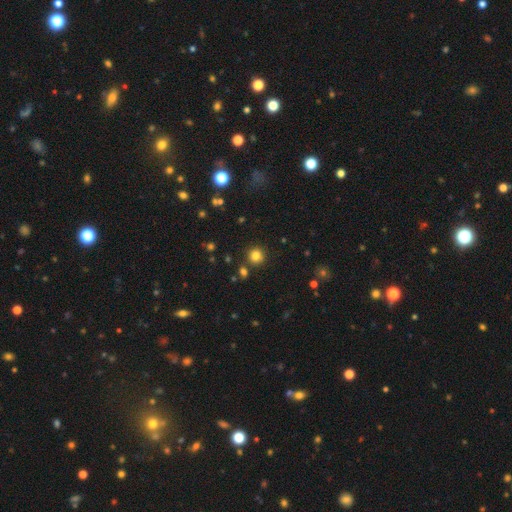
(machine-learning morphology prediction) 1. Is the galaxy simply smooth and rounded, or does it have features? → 81% smooth, 14% star or artifact, 5% featured or disk.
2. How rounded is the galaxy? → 93% round, 6% in between, 1% cigar-shaped.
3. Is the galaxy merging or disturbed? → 86% none, 7% minor disturbance, 5% merger, 2% major disturbance.